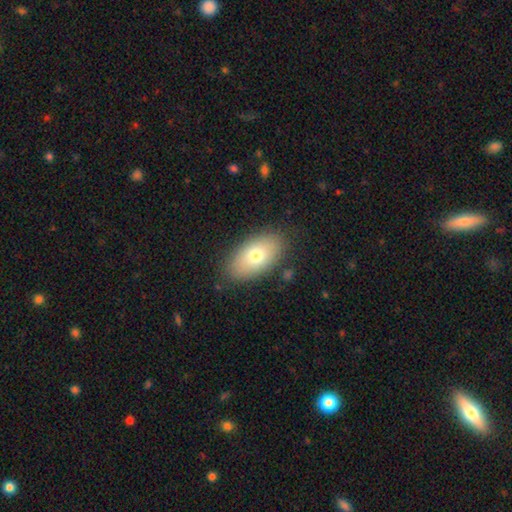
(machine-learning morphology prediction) smooth_or_featured: smooth (p=0.73) [alt: featured or disk p=0.19]
how_rounded: in between (p=0.93) [alt: round p=0.05]
merging: none (p=0.84) [alt: minor disturbance p=0.11]